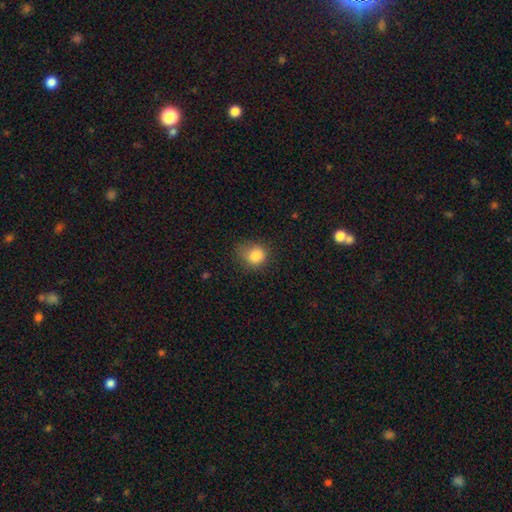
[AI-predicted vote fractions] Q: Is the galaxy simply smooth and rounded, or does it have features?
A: smooth — 84%.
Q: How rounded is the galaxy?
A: round — 71%.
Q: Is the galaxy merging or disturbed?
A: none — 50%.